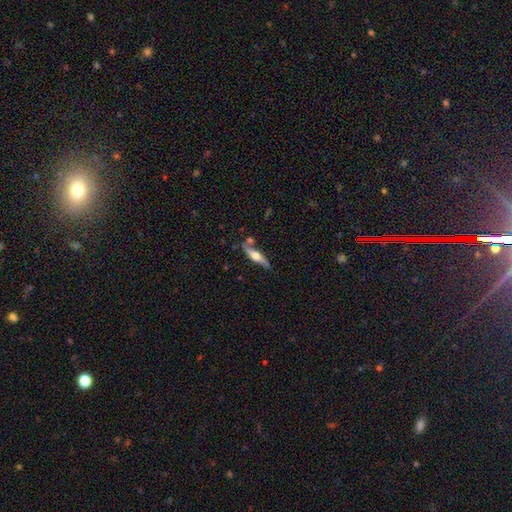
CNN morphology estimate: The model was most divided on "smooth or featured": featured or disk: 57%, smooth: 38%, star or artifact: 5%. More confident: edge-on disk — yes (87%); merging — none (71%).